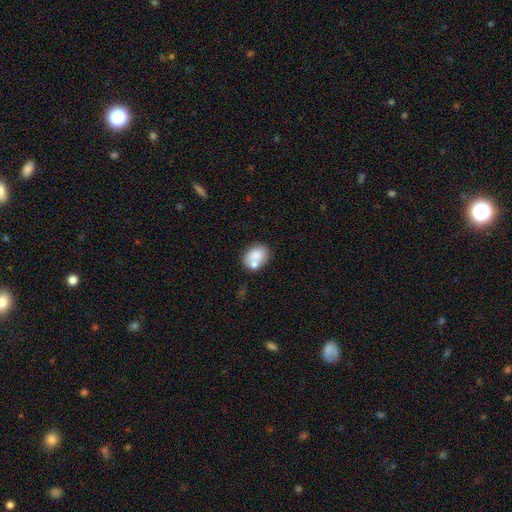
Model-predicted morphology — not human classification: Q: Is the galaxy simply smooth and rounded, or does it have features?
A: smooth — 76%.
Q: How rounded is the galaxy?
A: in between — 61%.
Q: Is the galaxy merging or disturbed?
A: none — 51%.